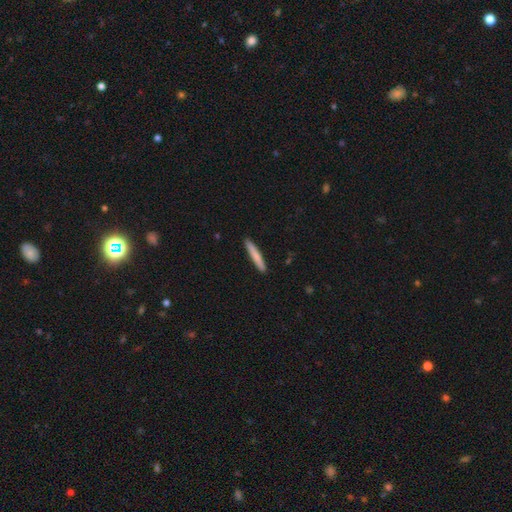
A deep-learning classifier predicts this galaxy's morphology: Q: Smooth or featured?
A: smooth (76%); runner-up: featured or disk (18%)
Q: How rounded?
A: cigar-shaped (95%); runner-up: in between (3%)
Q: Merging?
A: none (91%); runner-up: minor disturbance (6%)